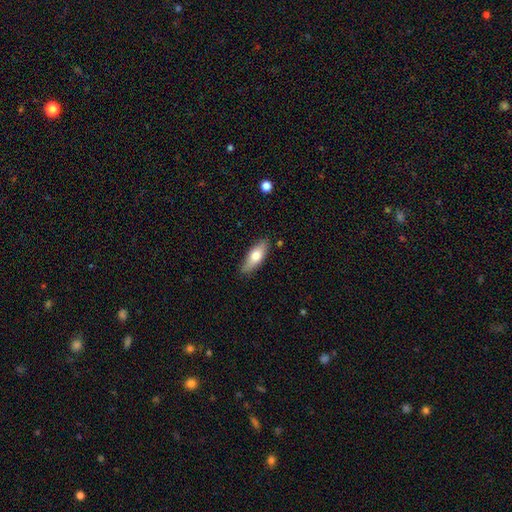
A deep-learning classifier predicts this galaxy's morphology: This appears to be a smooth galaxy with no disk features (69%) that is in between round and cigar-shaped (68%). Merging: none (84%).